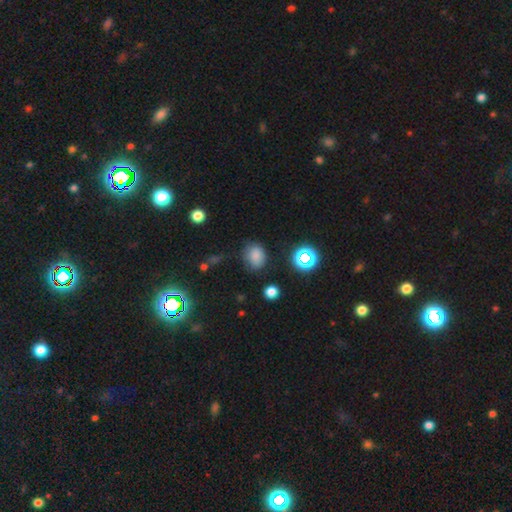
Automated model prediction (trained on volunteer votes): This appears to be a smooth galaxy with no disk features (76%) that is in between round and cigar-shaped (52%). Merging: none (71%).